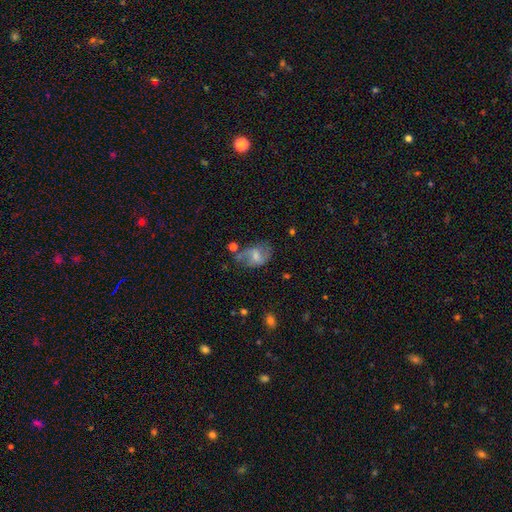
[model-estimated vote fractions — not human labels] Smooth or featured: featured or disk — 50% (smooth — 38%)
Edge-on disk: no — 95% (yes — 5%)
Merging: none — 54% (minor disturbance — 25%)